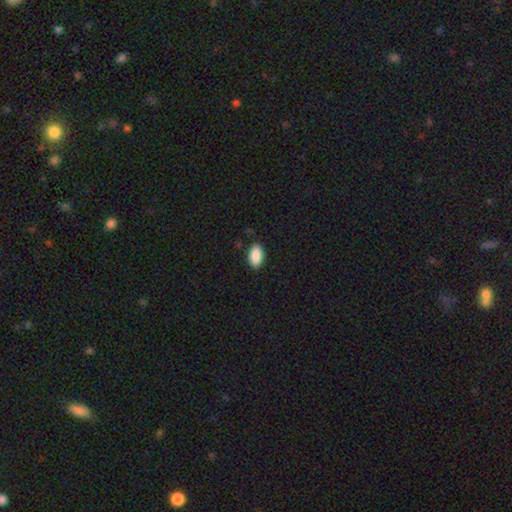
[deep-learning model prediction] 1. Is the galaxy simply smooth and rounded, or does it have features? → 89% smooth, 7% star or artifact, 3% featured or disk.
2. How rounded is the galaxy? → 93% in between, 4% round, 2% cigar-shaped.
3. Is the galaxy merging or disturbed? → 86% none, 11% minor disturbance, 2% major disturbance, 1% merger.